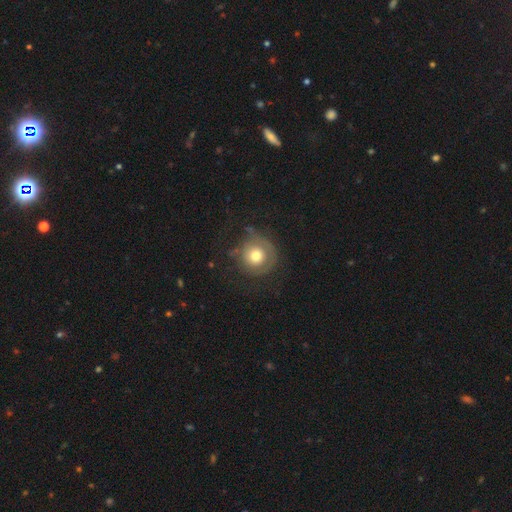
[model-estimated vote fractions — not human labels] A smooth galaxy with no disk features (60%) that is round (92%). Merging: none (60%).